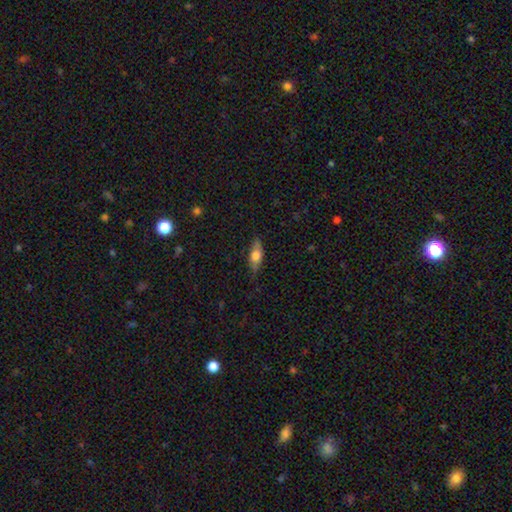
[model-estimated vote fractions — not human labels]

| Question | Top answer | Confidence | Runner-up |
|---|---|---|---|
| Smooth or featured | smooth | 59% | featured or disk (34%) |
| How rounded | in between | 63% | cigar-shaped (33%) |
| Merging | none | 80% | minor disturbance (16%) |